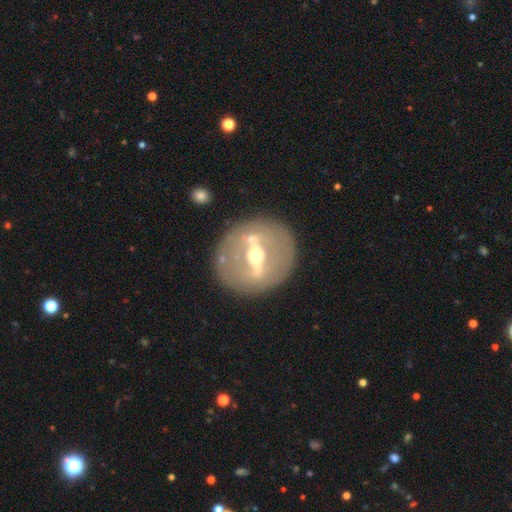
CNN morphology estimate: smooth-or-featured: featured or disk: 79% | smooth: 14% | star or artifact: 7%
  disk-edge-on: no: 69% | yes: 31%
    bar: strong: 76% | weak: 17% | no: 7%
    has-spiral-arms: no: 84% | yes: 16%
    bulge-size: moderate: 71% | small: 19% | large: 8% | dominant: 1% | none: 1%
  merging: none: 84% | minor disturbance: 9% | major disturbance: 4% | merger: 2%